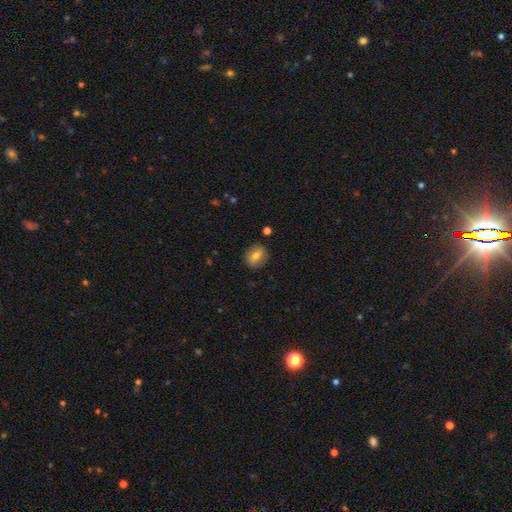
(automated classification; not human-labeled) Overall: smooth (73%). How rounded: round (63%; in between 35%). Merging: none (87%).